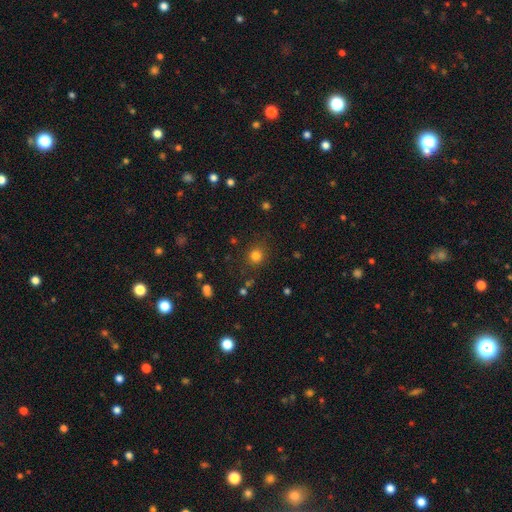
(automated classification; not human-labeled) Smooth or featured? Predicted: smooth (p=0.80). How rounded? Predicted: round (p=0.88). Merging? Predicted: none (p=0.86).